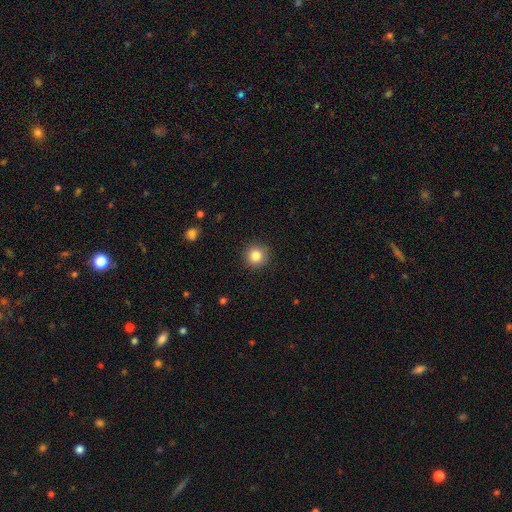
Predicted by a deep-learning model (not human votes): Q: Smooth or featured?
A: smooth (84%); runner-up: star or artifact (10%)
Q: How rounded?
A: round (95%); runner-up: in between (4%)
Q: Merging?
A: none (92%); runner-up: minor disturbance (6%)